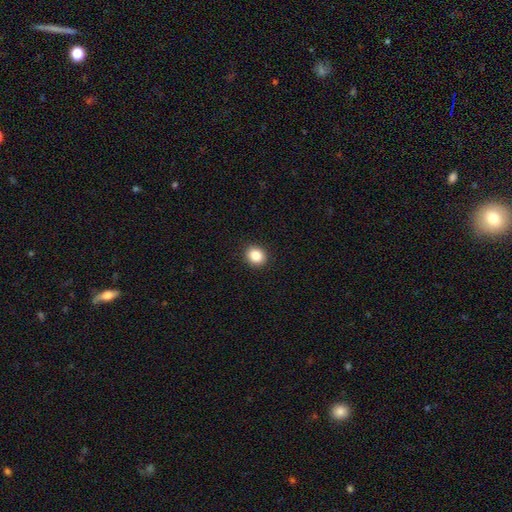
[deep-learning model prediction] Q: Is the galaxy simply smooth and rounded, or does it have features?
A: smooth — 86%.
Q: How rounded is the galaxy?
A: round — 68%.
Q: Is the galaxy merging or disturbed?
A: none — 92%.